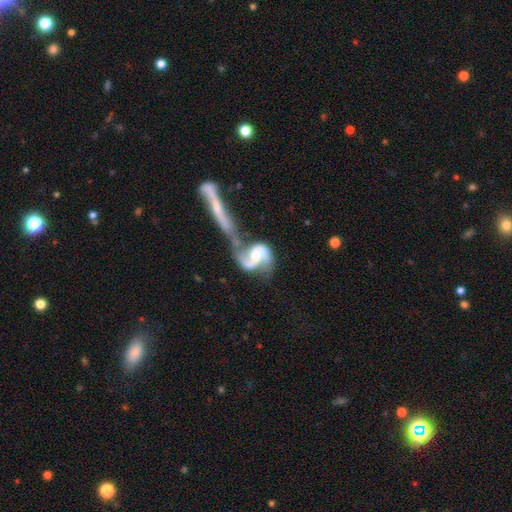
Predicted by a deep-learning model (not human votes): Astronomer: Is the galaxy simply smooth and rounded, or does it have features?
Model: featured or disk — 88%.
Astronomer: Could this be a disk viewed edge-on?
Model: no — 97%.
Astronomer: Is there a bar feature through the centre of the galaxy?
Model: weak — 42%, tied with no at 42%.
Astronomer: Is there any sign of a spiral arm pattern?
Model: yes — 96%.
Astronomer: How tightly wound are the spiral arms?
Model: loose — 46% (runner-up: medium, 43%).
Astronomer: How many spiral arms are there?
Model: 2 — 92%.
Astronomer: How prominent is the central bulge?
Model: moderate — 50% (runner-up: small, 30%).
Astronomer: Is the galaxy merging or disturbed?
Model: merger — 54%.